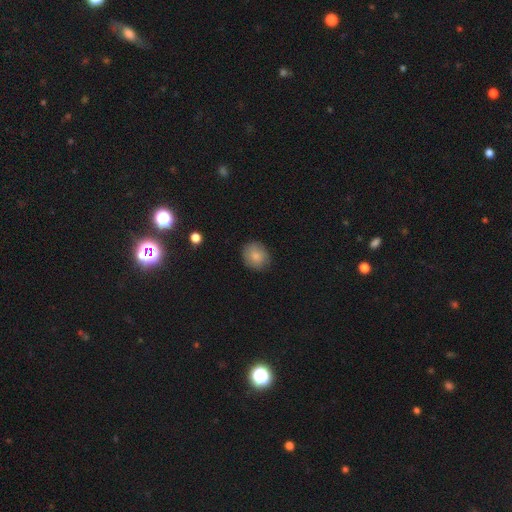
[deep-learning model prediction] A smooth galaxy with no disk features (82%) that is round (74%).

Vote fractions:
- Smooth or featured? smooth: 82% / featured or disk: 10% / star or artifact: 8%
- How rounded? round: 74% / in between: 25% / cigar-shaped: 1%
- Merging? none: 84% / minor disturbance: 12% / major disturbance: 3% / merger: 1%